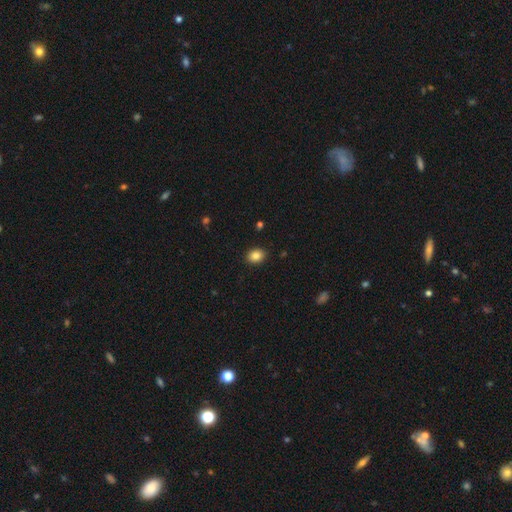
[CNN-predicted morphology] Overall: smooth (85%). How rounded: in between (61%; round 38%). Merging: none (89%).